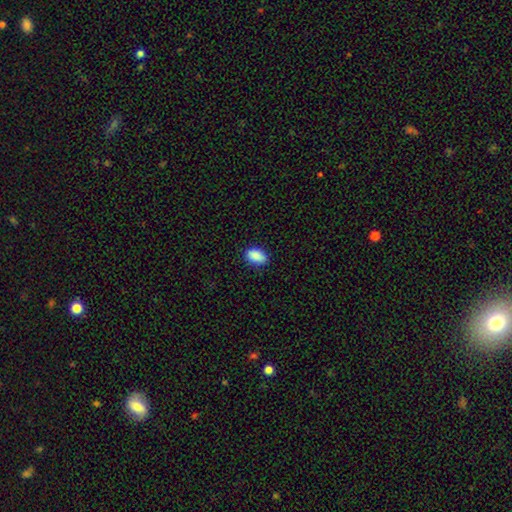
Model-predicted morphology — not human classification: smooth-or-featured: smooth: 89% | star or artifact: 7% | featured or disk: 3%
  how-rounded: in between: 92% | round: 6% | cigar-shaped: 2%
  merging: none: 85% | minor disturbance: 12% | major disturbance: 2% | merger: 1%